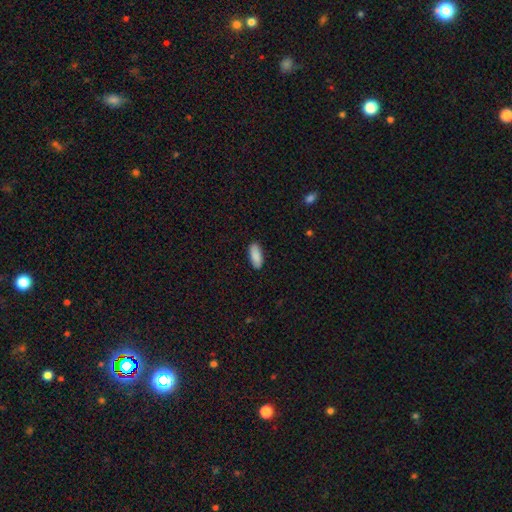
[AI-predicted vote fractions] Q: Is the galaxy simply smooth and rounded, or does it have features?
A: smooth — 90%.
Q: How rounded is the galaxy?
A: in between — 81%.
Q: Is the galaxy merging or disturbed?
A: none — 89%.